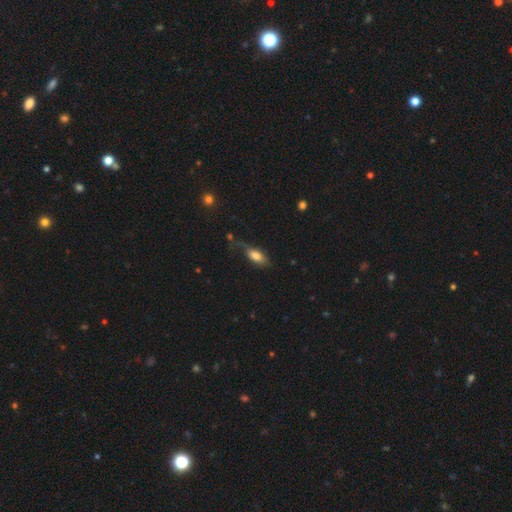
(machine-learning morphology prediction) smooth-or-featured: smooth: 73% | featured or disk: 19% | star or artifact: 8%
  how-rounded: in between: 84% | cigar-shaped: 12% | round: 5%
  merging: none: 44% | minor disturbance: 27% | major disturbance: 23% | merger: 5%